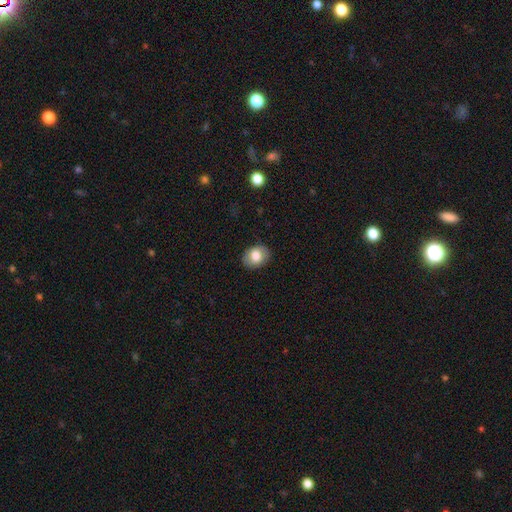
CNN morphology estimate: A smooth galaxy with no disk features (78%) that is in between round and cigar-shaped (64%). Merging: none (86%).